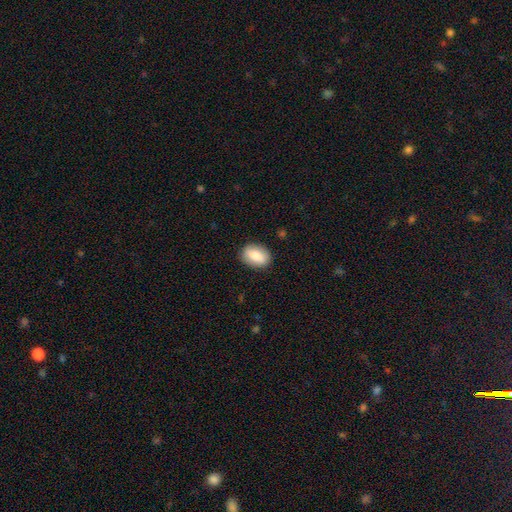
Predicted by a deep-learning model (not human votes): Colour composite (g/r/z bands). It shows a smooth galaxy with no disk features (79%) that is in between round and cigar-shaped (78%). Merging: none (87%).